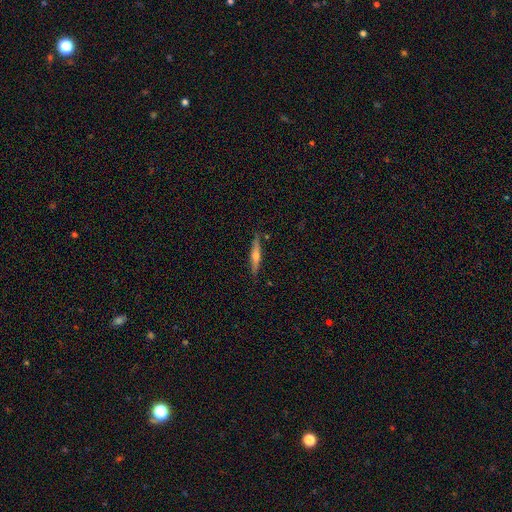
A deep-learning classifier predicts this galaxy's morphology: The model was most divided on "smooth or featured": featured or disk: 63%, smooth: 30%, star or artifact: 6%. More confident: edge-on disk — yes (97%); edge-on bulge — rounded (90%); merging — none (89%).